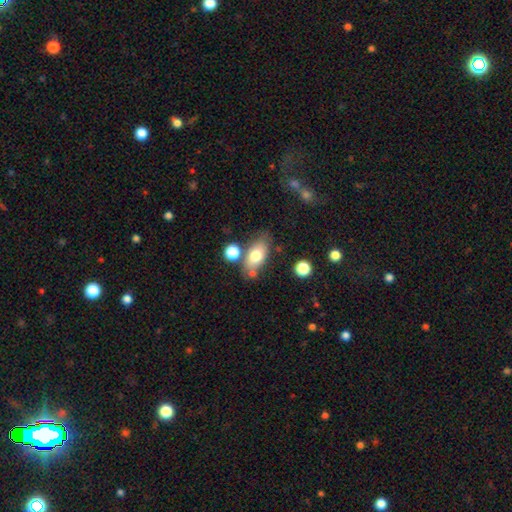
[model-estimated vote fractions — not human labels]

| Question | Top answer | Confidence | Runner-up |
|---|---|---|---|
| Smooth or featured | smooth | 73% | featured or disk (19%) |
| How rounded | in between | 87% | round (7%) |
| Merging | none | 66% | minor disturbance (16%) |